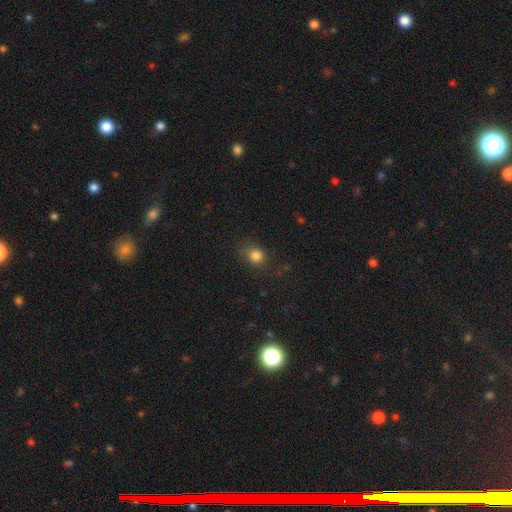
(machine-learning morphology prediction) The model was most divided on "how rounded": round: 66%, in between: 33%, cigar-shaped: 1%. More confident: smooth or featured — smooth (82%); merging — none (77%).